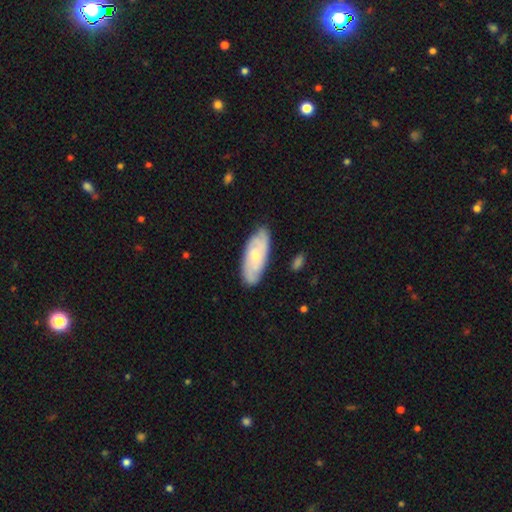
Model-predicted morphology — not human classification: type=featured or disk (60%); edge-on=no (87%); bar=no (73%); spiral arms=yes (82%); bulge=moderate (53%); merging=none (81%).